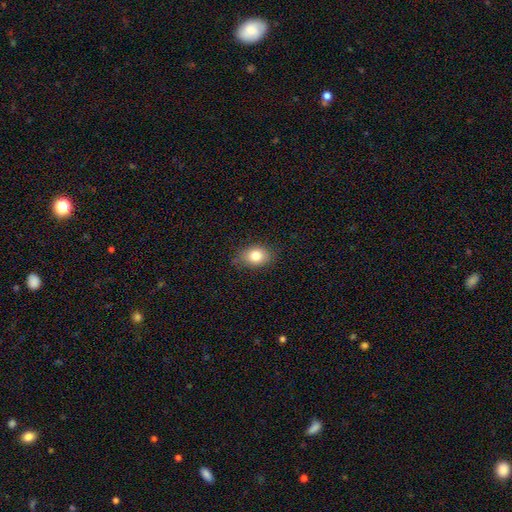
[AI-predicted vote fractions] This is clearly a smooth galaxy (81%). How rounded: likely in between (65%). Merging: likely none (78%).